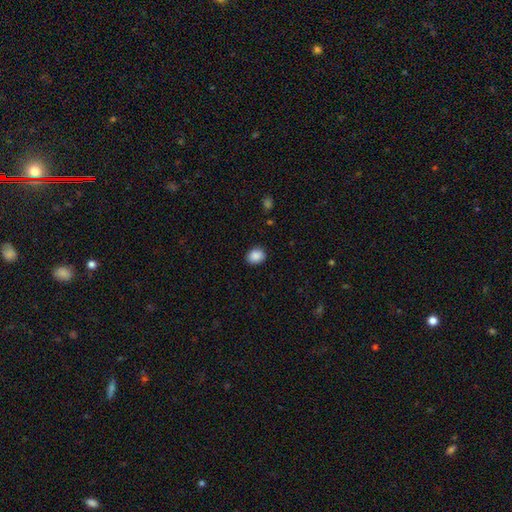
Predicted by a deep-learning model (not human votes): Q: Smooth or featured?
A: smooth (89%); runner-up: star or artifact (8%)
Q: How rounded?
A: round (54%); runner-up: in between (45%)
Q: Merging?
A: none (88%); runner-up: minor disturbance (9%)